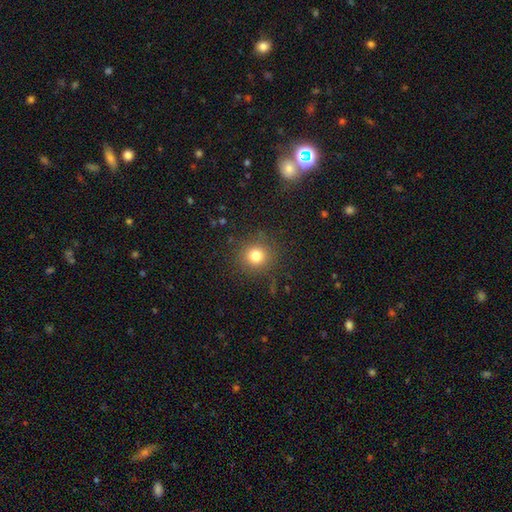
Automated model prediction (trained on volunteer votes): Smooth or featured: smooth — 79% (star or artifact — 14%)
How rounded: round — 91% (in between — 8%)
Merging: none — 87% (minor disturbance — 8%)